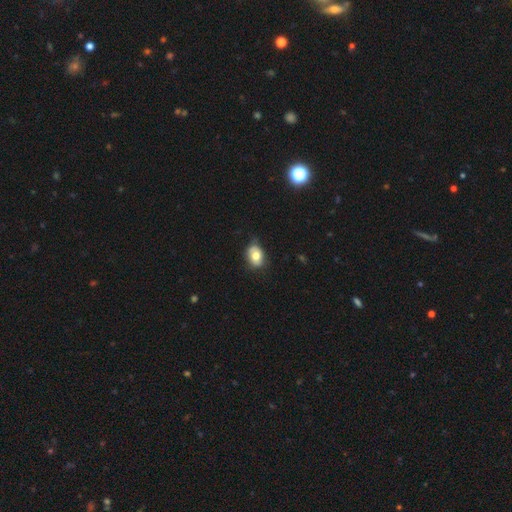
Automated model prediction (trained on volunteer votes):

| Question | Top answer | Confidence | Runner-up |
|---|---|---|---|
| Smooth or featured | smooth | 71% | featured or disk (20%) |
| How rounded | in between | 70% | round (28%) |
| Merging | none | 65% | minor disturbance (27%) |